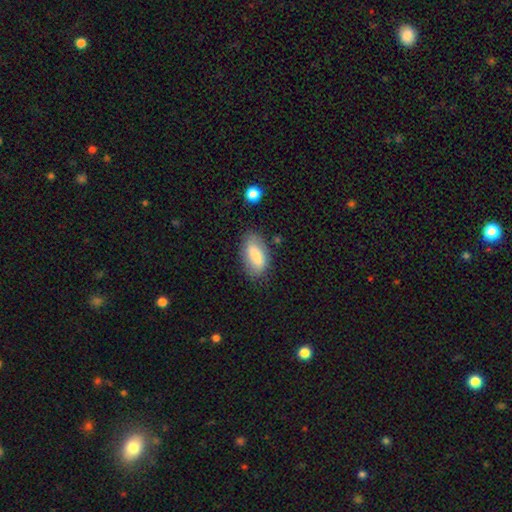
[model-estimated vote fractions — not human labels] smooth-or-featured: smooth: 81% | featured or disk: 12% | star or artifact: 7%
  how-rounded: in between: 90% | cigar-shaped: 7% | round: 4%
  merging: none: 71% | minor disturbance: 20% | major disturbance: 5% | merger: 3%